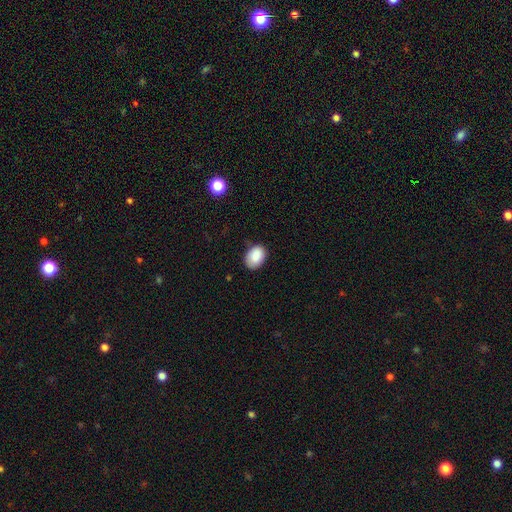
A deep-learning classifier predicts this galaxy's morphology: This is clearly a smooth galaxy (87%). How rounded: likely in between (79%). Merging: likely none (77%).